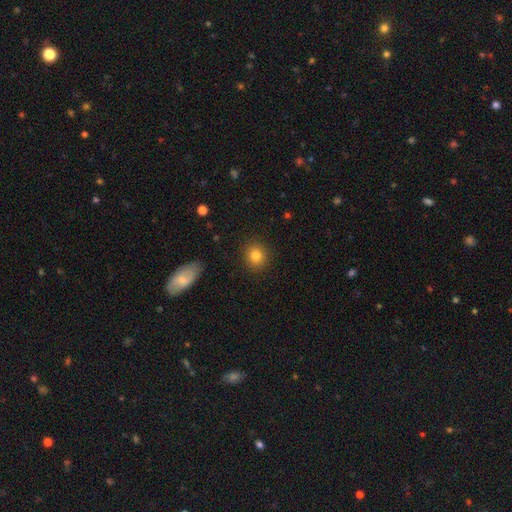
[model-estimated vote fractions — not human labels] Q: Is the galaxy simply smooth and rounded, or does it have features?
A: smooth — 83%.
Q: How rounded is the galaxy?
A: round — 84%.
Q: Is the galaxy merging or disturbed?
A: none — 90%.